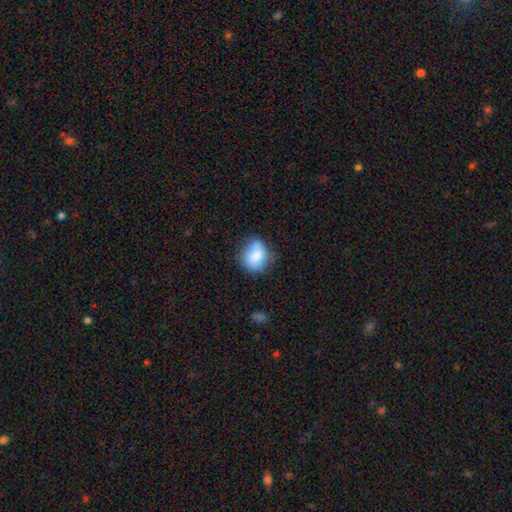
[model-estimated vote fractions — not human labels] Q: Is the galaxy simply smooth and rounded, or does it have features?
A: smooth — 79%.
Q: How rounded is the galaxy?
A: round — 62%.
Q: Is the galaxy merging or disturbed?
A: none — 54%.